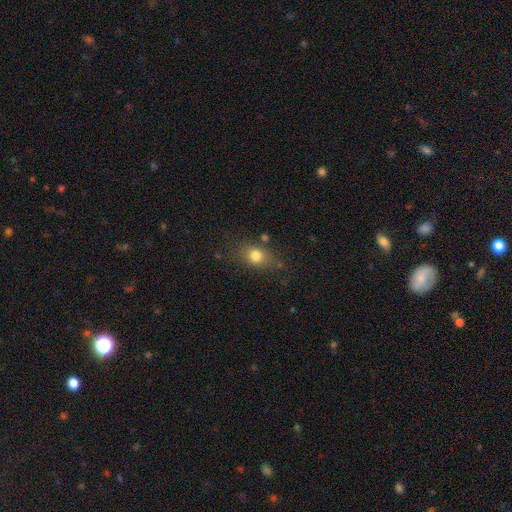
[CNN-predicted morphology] Smooth or featured: smooth — 78% (star or artifact — 11%)
How rounded: in between — 59% (round — 37%)
Merging: none — 70% (minor disturbance — 18%)